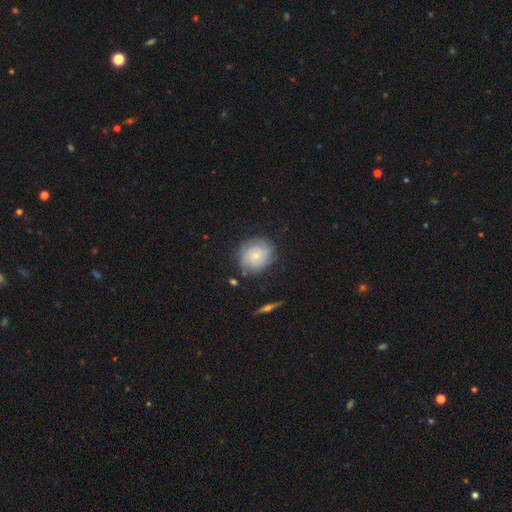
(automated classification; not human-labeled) Smooth or featured: featured or disk — 49% (smooth — 43%)
Merging: none — 76% (minor disturbance — 16%)